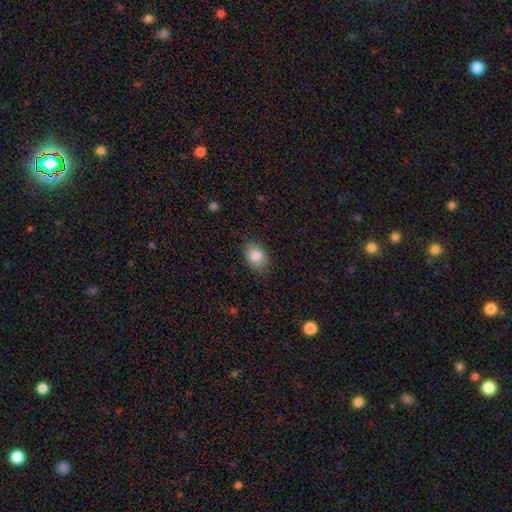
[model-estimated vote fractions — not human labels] Overall: smooth (83%). How rounded: in between (77%). Merging: none (82%).